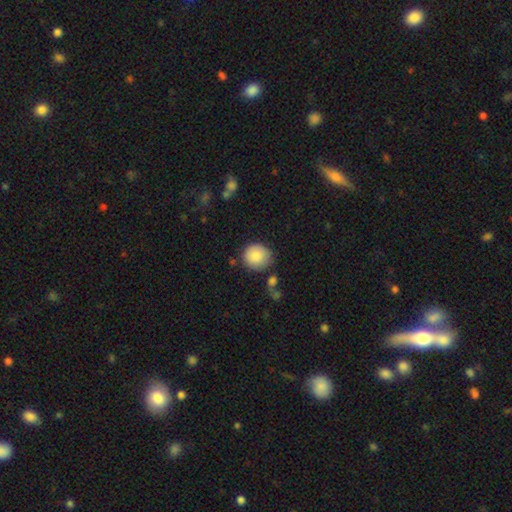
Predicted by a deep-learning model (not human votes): A smooth galaxy with no disk features (86%) that is round (85%).

Vote fractions:
- Smooth or featured? smooth: 86% / star or artifact: 7% / featured or disk: 7%
- How rounded? round: 85% / in between: 14% / cigar-shaped: 1%
- Merging? none: 78% / minor disturbance: 15% / merger: 4% / major disturbance: 3%